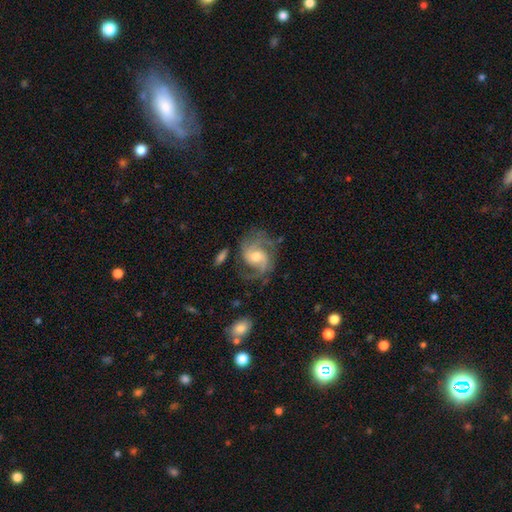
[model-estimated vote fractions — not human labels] This appears to be a featured or disk galaxy (86%) with no bar (48%), 2 (68%) medium (52%) spiral arms (96%) and a moderate central bulge (63%). Merging: none (66%).